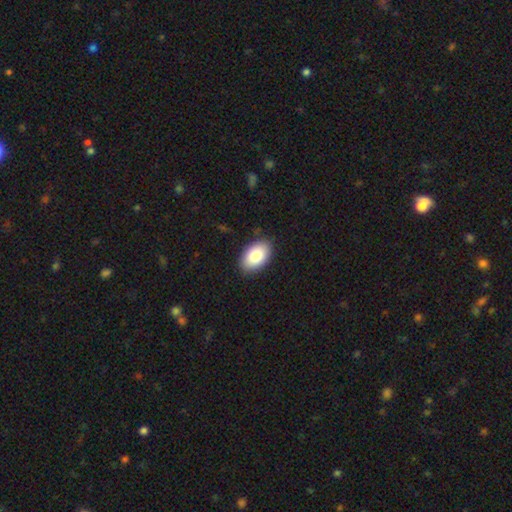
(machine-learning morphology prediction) Overall: smooth (84%). How rounded: in between (93%). Merging: none (87%).